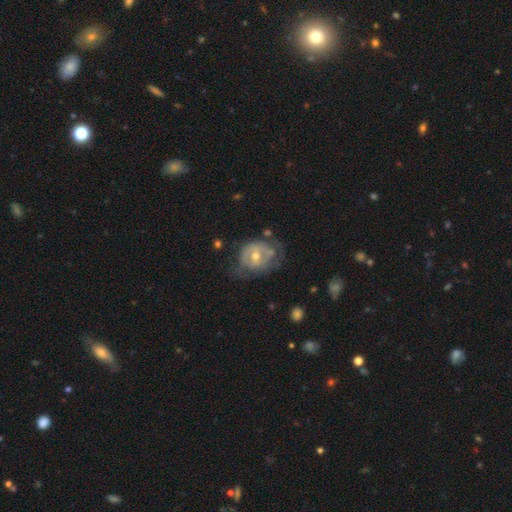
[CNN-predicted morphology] Smooth or featured? Predicted: featured or disk (p=0.66). Edge-on disk? Predicted: no (p=0.96). Bar? Predicted: no (p=0.54). Spiral arms? Predicted: yes (p=0.54). Bulge size? Predicted: moderate (p=0.61). Merging? Predicted: none (p=0.48).